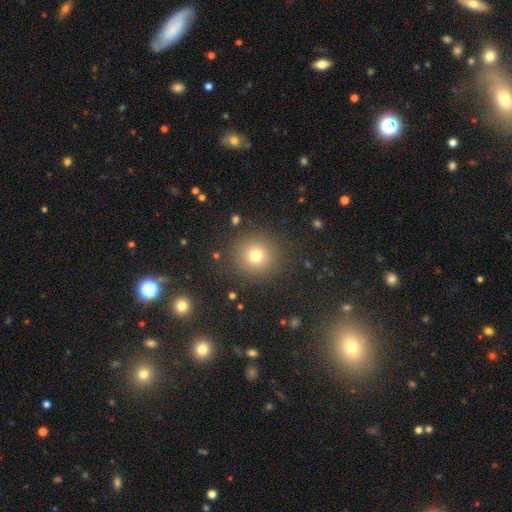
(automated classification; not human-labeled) This appears to be a smooth galaxy with no disk features (74%) that is round (93%). Merging: none (87%).